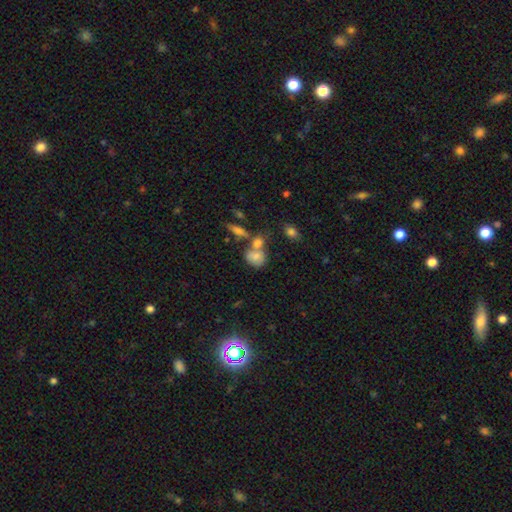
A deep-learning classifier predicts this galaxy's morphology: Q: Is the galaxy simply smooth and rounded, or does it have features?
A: smooth — 74%.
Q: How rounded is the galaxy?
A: in between — 49%.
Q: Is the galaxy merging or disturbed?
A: merger — 41%, tied with none.